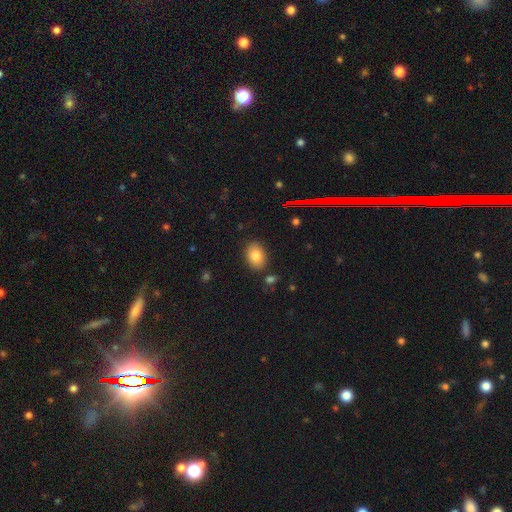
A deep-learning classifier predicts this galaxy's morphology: Overall: smooth (83%). How rounded: in between (79%). Merging: none (85%).